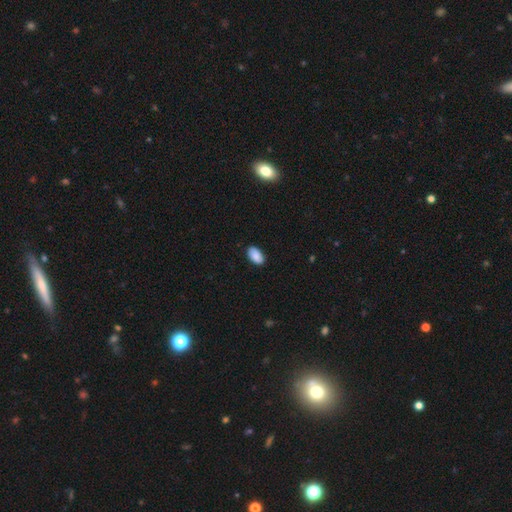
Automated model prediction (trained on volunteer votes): A smooth galaxy with no disk features (88%) that is in between round and cigar-shaped (95%).

Vote fractions:
- Smooth or featured? smooth: 88% / star or artifact: 7% / featured or disk: 5%
- How rounded? in between: 95% / round: 3% / cigar-shaped: 2%
- Merging? none: 87% / minor disturbance: 11% / major disturbance: 2% / merger: 1%